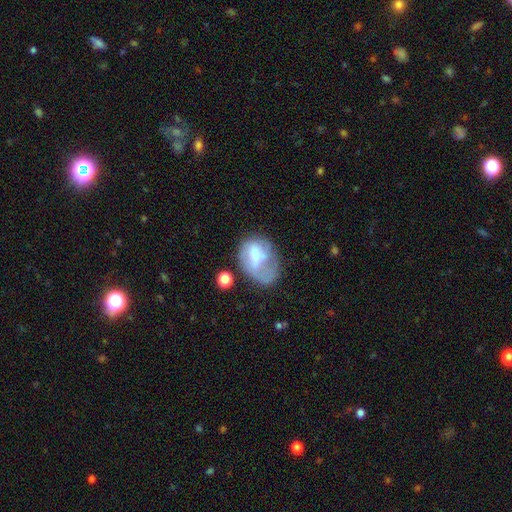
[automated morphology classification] This is possibly a smooth galaxy (50%). How rounded: likely in between (66%). Merging: marginally major disturbance (37%).